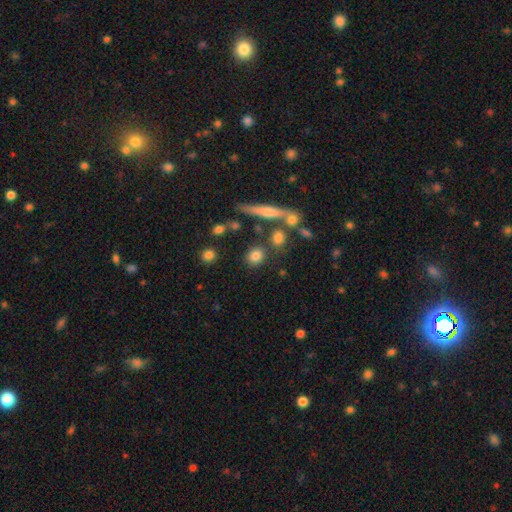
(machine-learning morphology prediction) Smooth or featured? smooth (79%)
How rounded? round (75%)
Merging? none (78%)